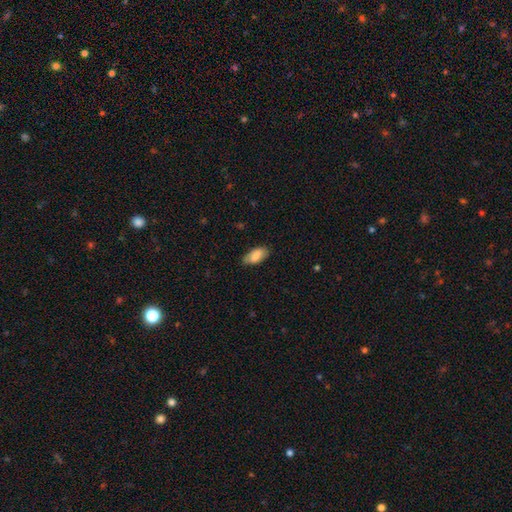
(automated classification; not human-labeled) This is clearly a smooth galaxy (83%). How rounded: clearly in between (90%). Merging: likely none (77%).